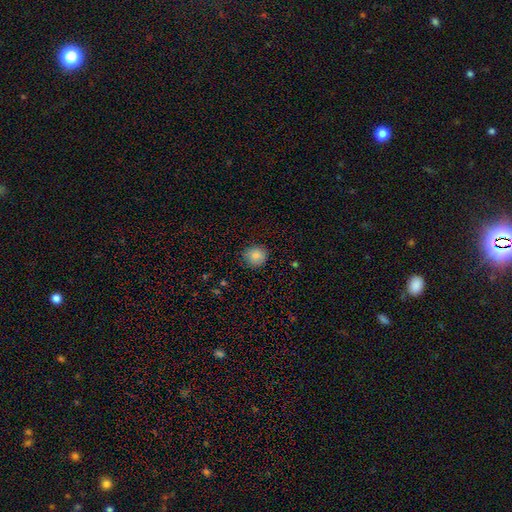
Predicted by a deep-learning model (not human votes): A smooth galaxy with no disk features (85%) that is round (88%). Merging: none (87%).